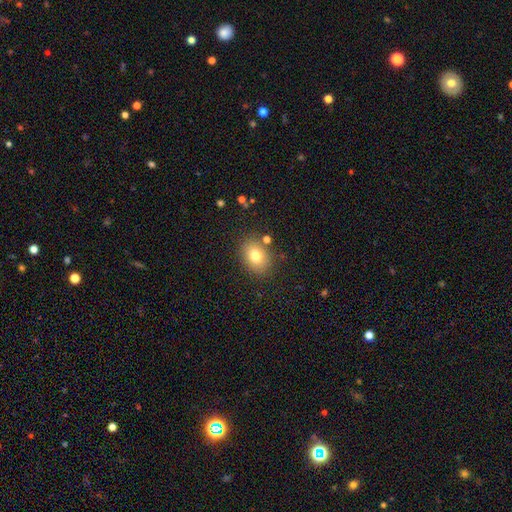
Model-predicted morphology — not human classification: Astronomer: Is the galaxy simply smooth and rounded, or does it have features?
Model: smooth — 78%.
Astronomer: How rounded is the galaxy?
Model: in between — 64%.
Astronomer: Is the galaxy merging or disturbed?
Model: none — 82%.